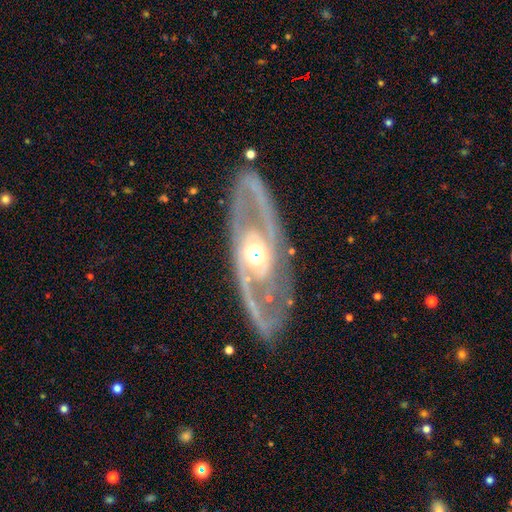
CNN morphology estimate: Overall: featured or disk (88%). Edge-on disk: no (89%). Bar: no (62%; weak 24%). Spiral arms: yes (84%). Spiral arm count: 2 (86%). Spiral winding: medium (47%; tight 33%). Bulge size: moderate (68%). Merging: none (82%).